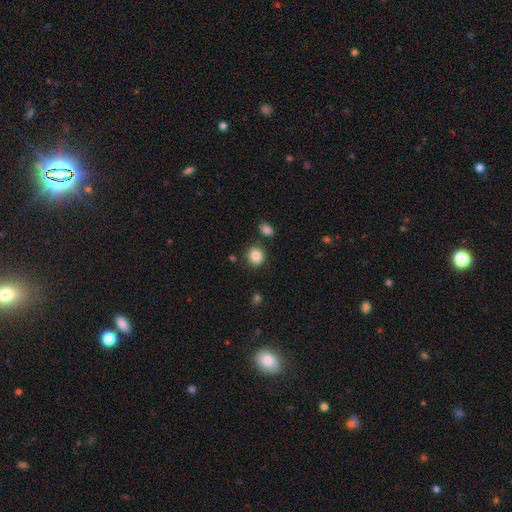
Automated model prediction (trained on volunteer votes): Smooth or featured: smooth — 87% (star or artifact — 9%)
How rounded: round — 82% (in between — 18%)
Merging: none — 83% (minor disturbance — 9%)